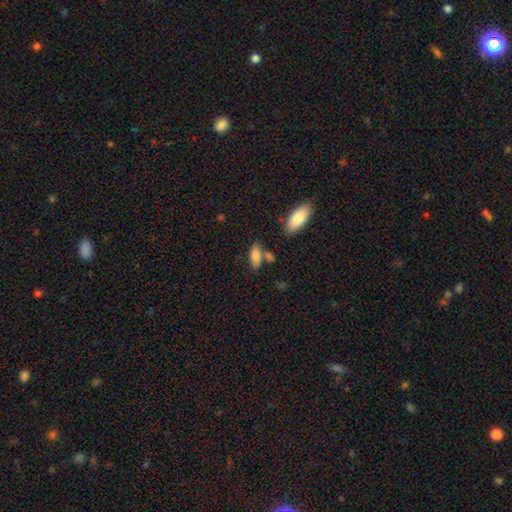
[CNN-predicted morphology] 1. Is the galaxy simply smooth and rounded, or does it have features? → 79% smooth, 14% featured or disk, 7% star or artifact.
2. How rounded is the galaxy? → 73% in between, 24% cigar-shaped, 3% round.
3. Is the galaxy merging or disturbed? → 62% none, 18% merger, 16% minor disturbance, 5% major disturbance.